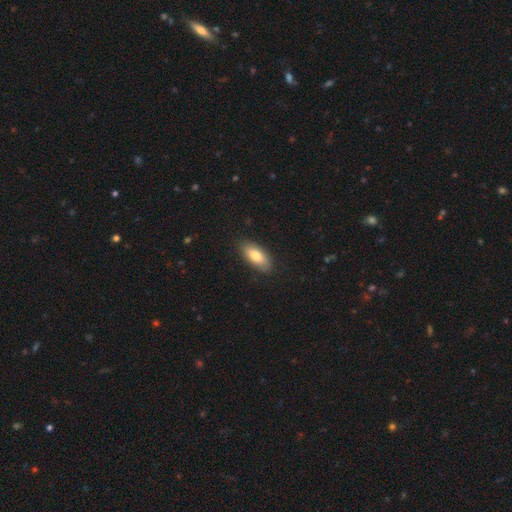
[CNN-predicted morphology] Q: Smooth or featured?
A: smooth (81%); runner-up: featured or disk (13%)
Q: How rounded?
A: in between (86%); runner-up: cigar-shaped (12%)
Q: Merging?
A: none (84%); runner-up: minor disturbance (12%)